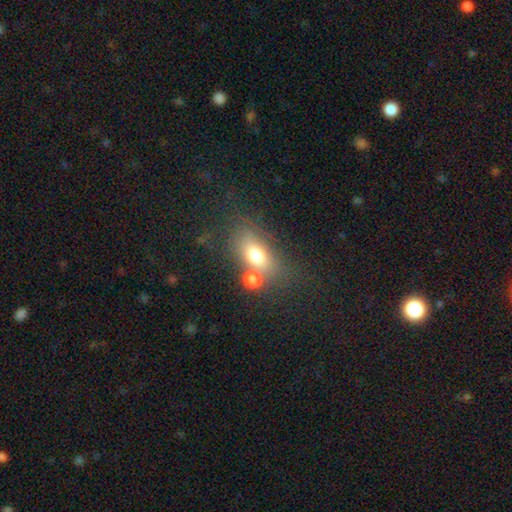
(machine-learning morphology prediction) type=smooth (70%); roundness=in between (76%); merging=none (50%).